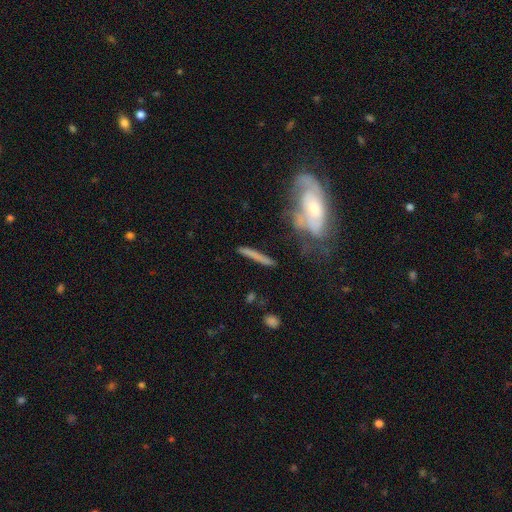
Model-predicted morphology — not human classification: Smooth or featured? smooth (49%)
Merging? none (70%)